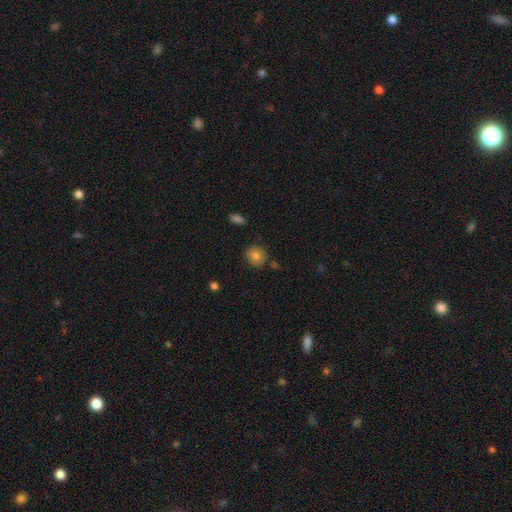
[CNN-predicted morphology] The model was most divided on "smooth or featured": smooth: 79%, featured or disk: 11%, star or artifact: 9%. More confident: how rounded — round (87%); merging — none (84%).